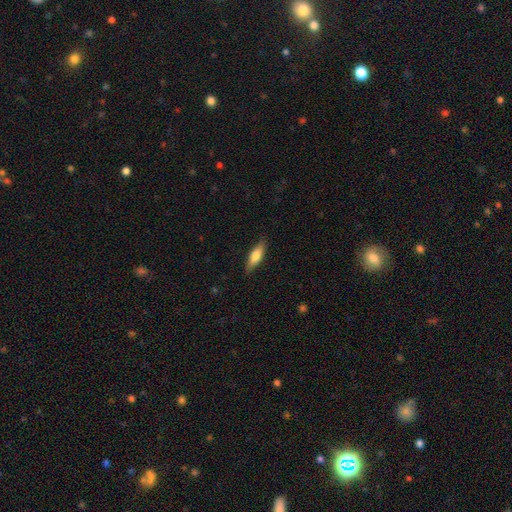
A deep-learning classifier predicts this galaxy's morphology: A smooth galaxy with no disk features (66%) that is cigar-shaped (50%).

Vote fractions:
- Smooth or featured? smooth: 66% / featured or disk: 28% / star or artifact: 6%
- How rounded? cigar-shaped: 50% / in between: 47% / round: 2%
- Merging? none: 85% / minor disturbance: 12% / major disturbance: 2% / merger: 1%